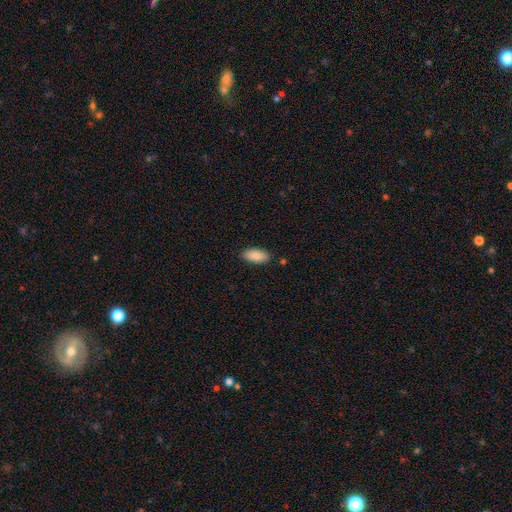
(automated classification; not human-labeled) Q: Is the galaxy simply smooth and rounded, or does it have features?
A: smooth — 87%.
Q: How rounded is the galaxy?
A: in between — 90%.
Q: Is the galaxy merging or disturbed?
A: none — 87%.